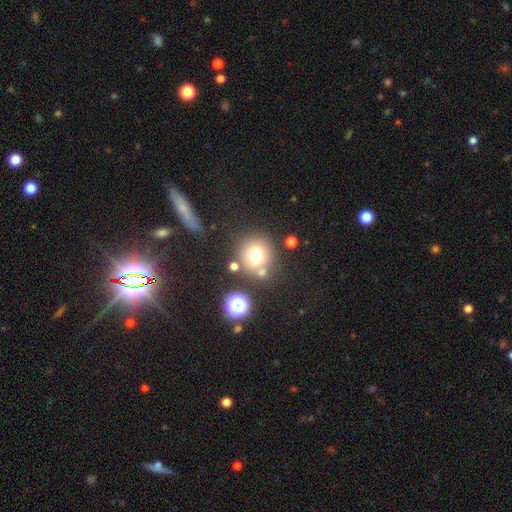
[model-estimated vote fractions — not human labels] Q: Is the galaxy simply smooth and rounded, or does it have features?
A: smooth — 71%.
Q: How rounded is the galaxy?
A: round — 88%.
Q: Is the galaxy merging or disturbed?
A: none — 70%.